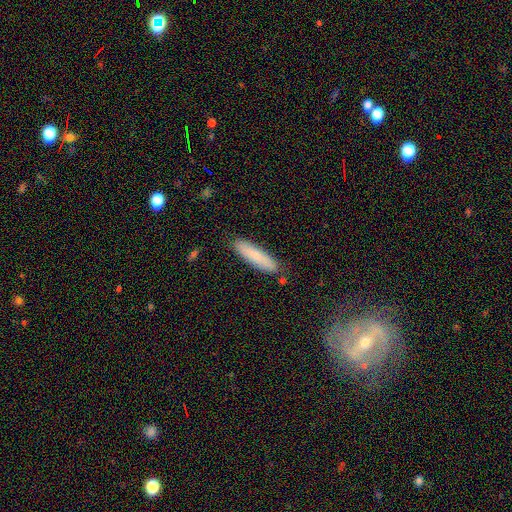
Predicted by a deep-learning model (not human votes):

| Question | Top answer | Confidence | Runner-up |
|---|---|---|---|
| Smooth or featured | smooth | 81% | featured or disk (12%) |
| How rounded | cigar-shaped | 77% | in between (22%) |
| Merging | none | 87% | minor disturbance (10%) |